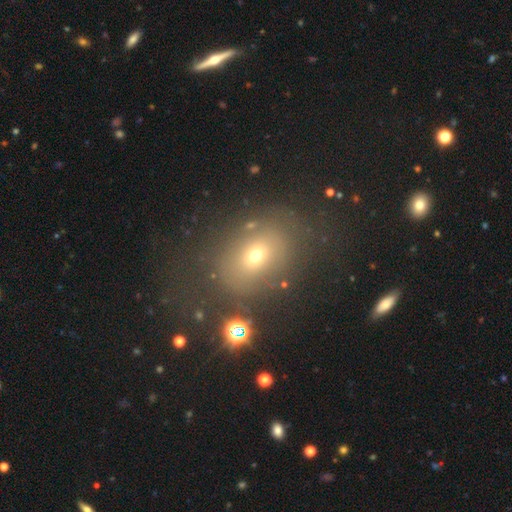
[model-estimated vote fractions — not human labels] This appears to be a smooth galaxy with no disk features (61%) that is in between round and cigar-shaped (61%). Merging: none (70%).